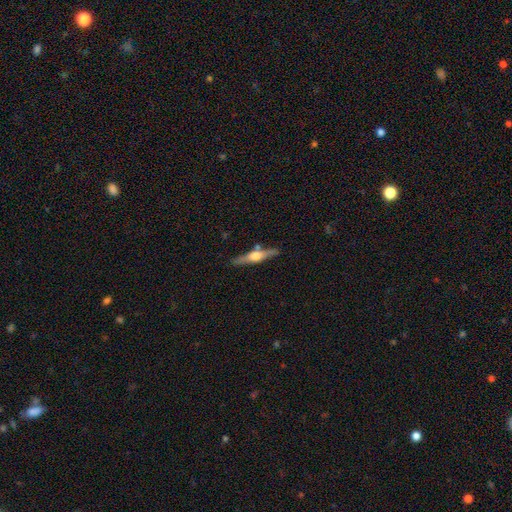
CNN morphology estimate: smooth-or-featured: featured or disk: 70% | smooth: 25% | star or artifact: 5%
  disk-edge-on: yes: 97% | no: 3%
    edge-on-bulge: rounded: 93% | boxy: 5% | none: 3%
  merging: none: 84% | minor disturbance: 10% | merger: 5% | major disturbance: 2%